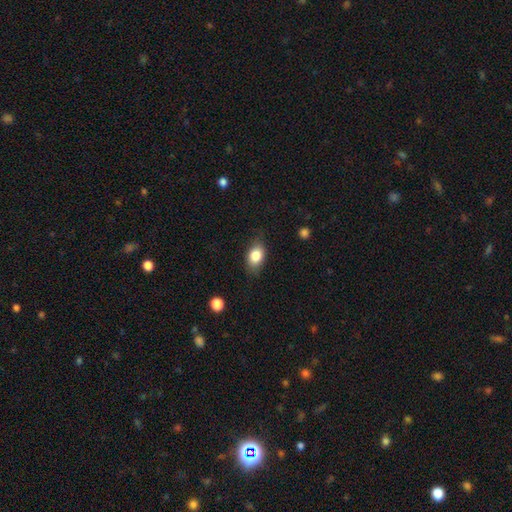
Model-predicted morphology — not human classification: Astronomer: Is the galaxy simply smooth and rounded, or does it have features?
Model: smooth — 82%.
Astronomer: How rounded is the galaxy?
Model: in between — 80%.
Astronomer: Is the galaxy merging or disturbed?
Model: none — 78%.